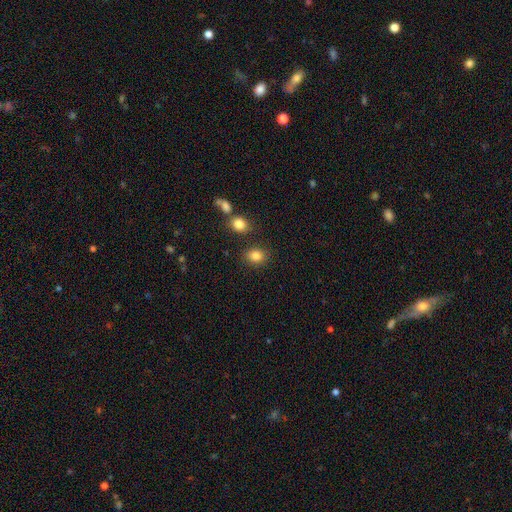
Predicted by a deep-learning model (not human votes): Smooth or featured: smooth — 84% (star or artifact — 10%)
How rounded: in between — 54% (round — 45%)
Merging: none — 81% (minor disturbance — 11%)